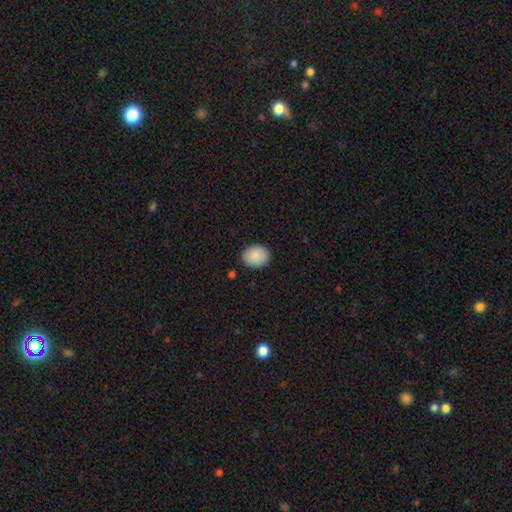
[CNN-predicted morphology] Smooth or featured?
  - smooth: 89% *
  - star or artifact: 7%
  - featured or disk: 4%
How rounded?
  - round: 50% *
  - in between: 49%
  - cigar-shaped: 1%
Merging?
  - none: 87% *
  - minor disturbance: 9%
  - major disturbance: 2%
  - merger: 1%